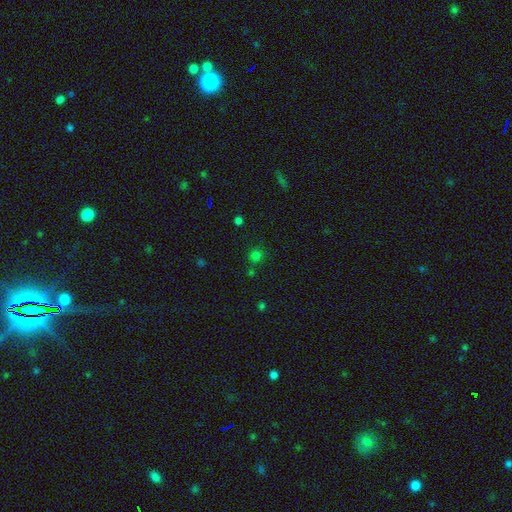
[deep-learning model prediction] Smooth or featured: smooth — 69% (star or artifact — 26%)
How rounded: round — 89% (in between — 10%)
Merging: none — 79% (minor disturbance — 10%)